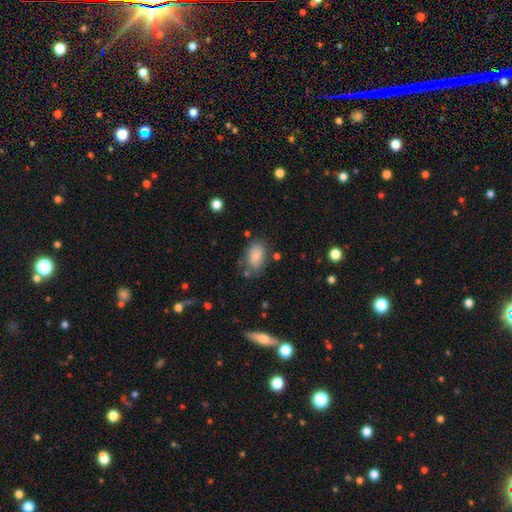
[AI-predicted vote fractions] smooth 83%, featured or disk 9%, star or artifact 8%. Down the decision tree: how rounded — in between (89%); merging — none (67%).